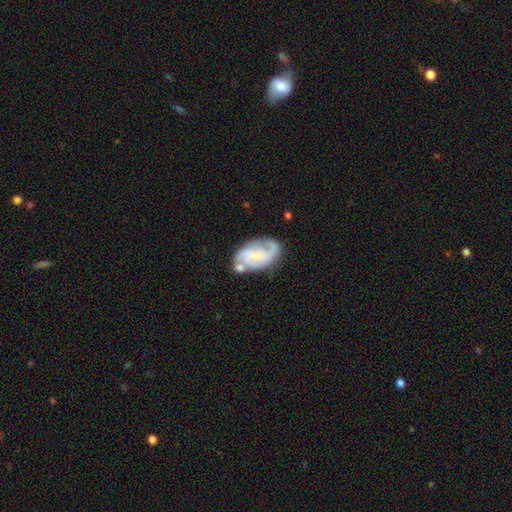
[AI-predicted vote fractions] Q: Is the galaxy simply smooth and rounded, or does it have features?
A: featured or disk — 74%.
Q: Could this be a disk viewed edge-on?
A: no — 97%.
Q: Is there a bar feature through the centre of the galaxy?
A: weak — 45%.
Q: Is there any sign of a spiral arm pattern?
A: yes — 90%.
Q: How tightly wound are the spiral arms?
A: medium — 46%.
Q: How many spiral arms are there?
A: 2 — 66%.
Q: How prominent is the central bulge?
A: small — 57%.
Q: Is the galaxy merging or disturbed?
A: none — 53%.